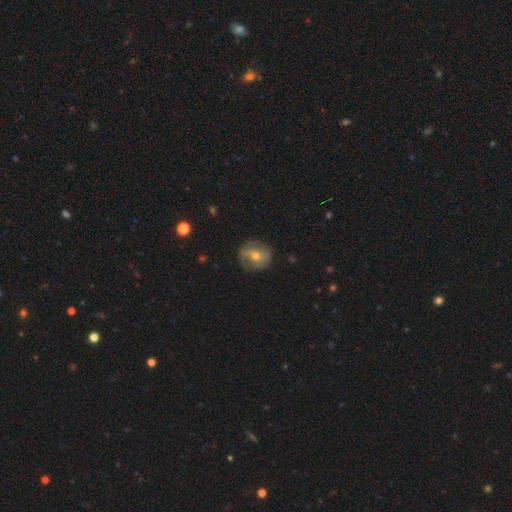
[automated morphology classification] Smooth or featured: featured or disk — 47% (smooth — 43%)
Merging: none — 73% (minor disturbance — 19%)